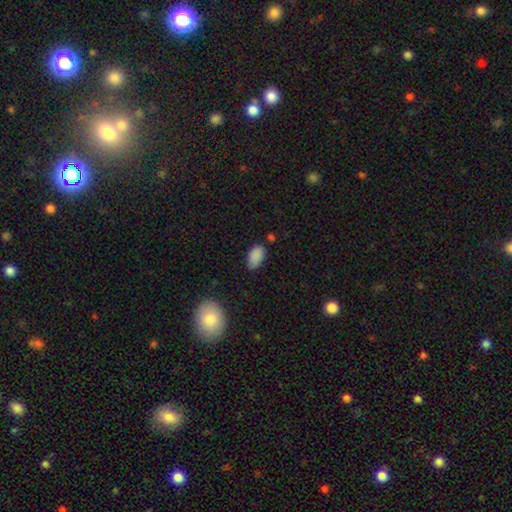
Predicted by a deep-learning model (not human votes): A smooth galaxy with no disk features (87%) that is in between round and cigar-shaped (93%).

Vote fractions:
- Smooth or featured? smooth: 87% / star or artifact: 9% / featured or disk: 4%
- How rounded? in between: 93% / round: 4% / cigar-shaped: 2%
- Merging? none: 69% / minor disturbance: 24% / major disturbance: 4% / merger: 3%